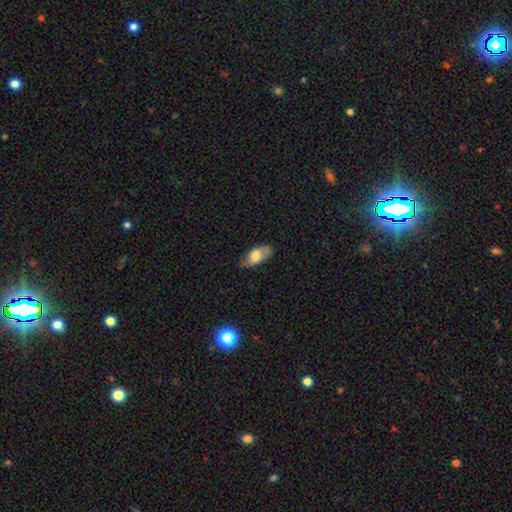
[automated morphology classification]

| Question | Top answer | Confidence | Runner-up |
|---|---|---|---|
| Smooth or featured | smooth | 67% | featured or disk (26%) |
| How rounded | in between | 89% | cigar-shaped (7%) |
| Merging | none | 73% | minor disturbance (20%) |